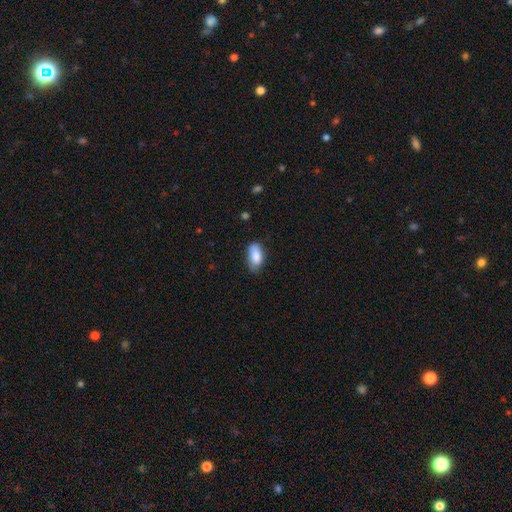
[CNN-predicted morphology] Q: Smooth or featured?
A: smooth (85%); runner-up: featured or disk (9%)
Q: How rounded?
A: in between (92%); runner-up: cigar-shaped (5%)
Q: Merging?
A: none (67%); runner-up: minor disturbance (27%)